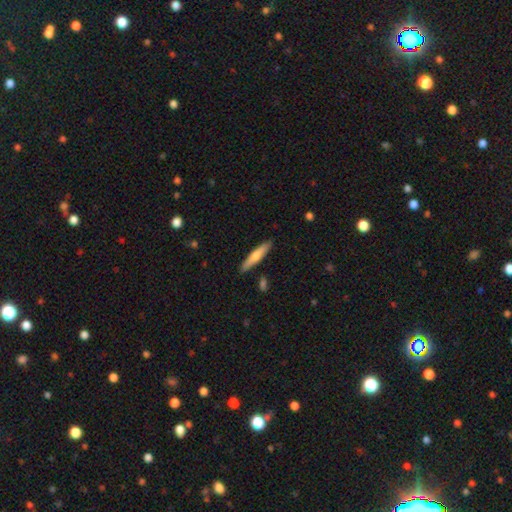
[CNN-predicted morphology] Overall: smooth (62%; featured or disk 33%). How rounded: cigar-shaped (89%). Merging: none (88%).